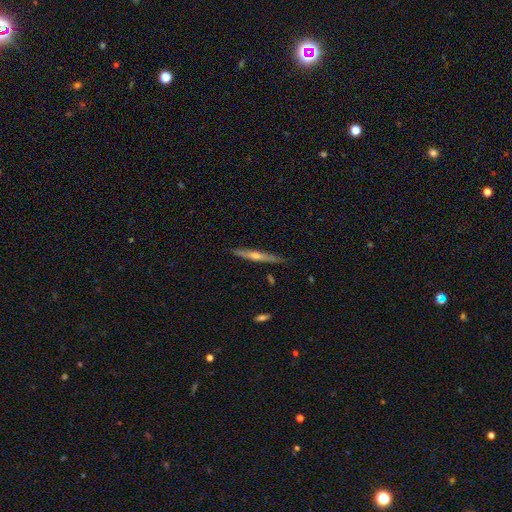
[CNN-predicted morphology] The model was most divided on "smooth or featured": featured or disk: 66%, smooth: 28%, star or artifact: 6%. More confident: edge-on disk — yes (97%); merging — none (88%); edge-on bulge — rounded (82%).